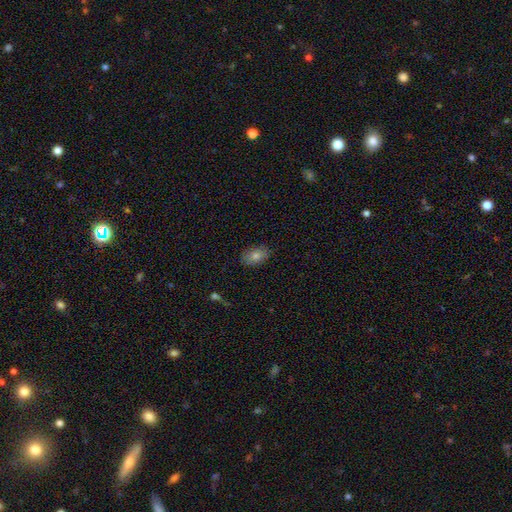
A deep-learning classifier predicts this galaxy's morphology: smooth-or-featured: smooth: 75% | featured or disk: 13% | star or artifact: 11%
  how-rounded: in between: 87% | round: 11% | cigar-shaped: 2%
  merging: none: 85% | minor disturbance: 12% | major disturbance: 2% | merger: 1%